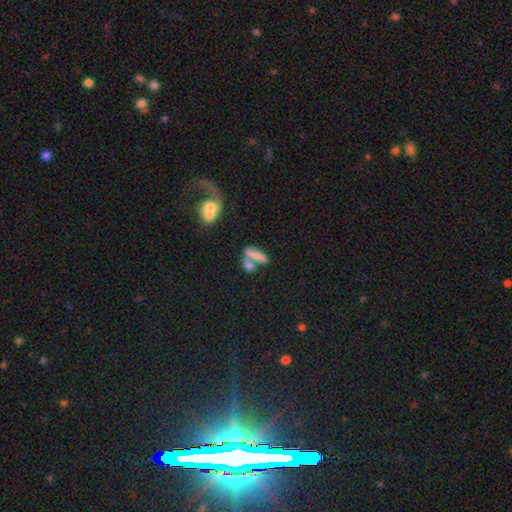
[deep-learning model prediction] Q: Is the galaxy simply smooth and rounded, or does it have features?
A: smooth — 71%.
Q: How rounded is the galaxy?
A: in between — 55%.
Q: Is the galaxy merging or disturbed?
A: merger — 50%.